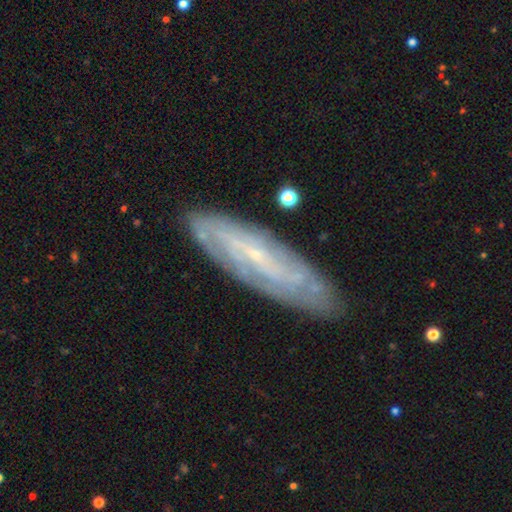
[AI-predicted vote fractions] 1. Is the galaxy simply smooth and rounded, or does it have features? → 76% featured or disk, 17% smooth, 7% star or artifact.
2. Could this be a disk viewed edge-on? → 74% no, 26% yes.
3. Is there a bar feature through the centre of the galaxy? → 49% no, 35% weak, 16% strong.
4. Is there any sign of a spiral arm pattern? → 85% yes, 15% no.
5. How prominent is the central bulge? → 85% small, 9% moderate, 4% none, 1% large, 1% dominant.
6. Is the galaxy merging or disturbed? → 82% none, 13% minor disturbance, 3% major disturbance, 2% merger.